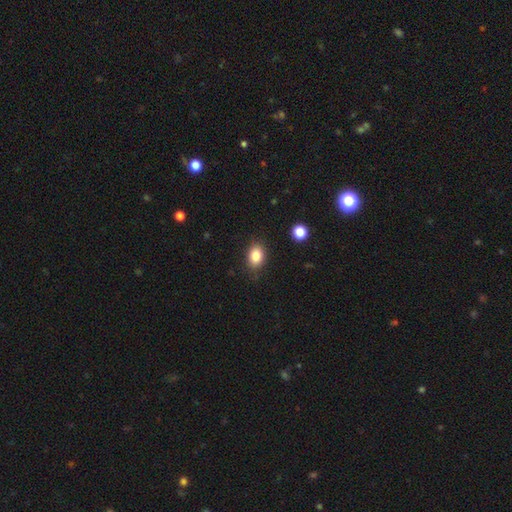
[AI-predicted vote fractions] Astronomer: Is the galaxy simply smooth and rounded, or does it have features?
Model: smooth — 84%.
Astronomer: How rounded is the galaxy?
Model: in between — 73%.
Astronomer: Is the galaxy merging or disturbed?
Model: none — 84%.